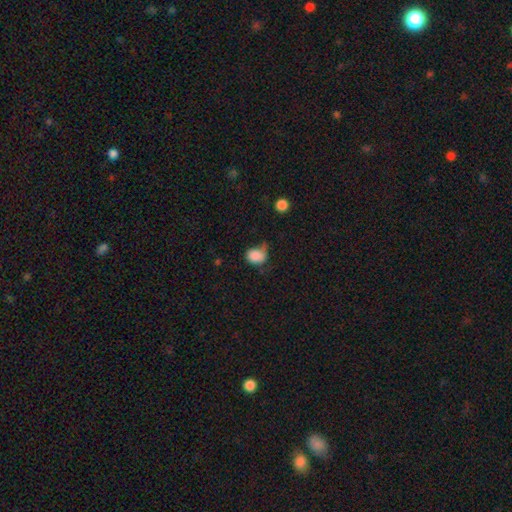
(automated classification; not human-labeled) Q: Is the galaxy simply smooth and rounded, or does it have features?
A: smooth — 84%.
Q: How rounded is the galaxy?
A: in between — 56%.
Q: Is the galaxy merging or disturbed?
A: minor disturbance — 38%.